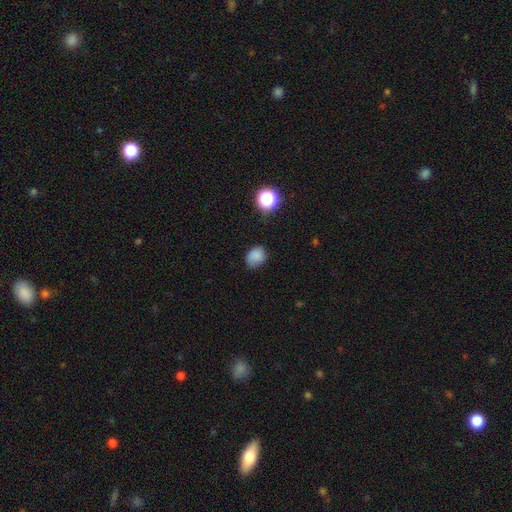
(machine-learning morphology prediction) Smooth or featured: smooth — 80% (star or artifact — 13%)
How rounded: round — 54% (in between — 45%)
Merging: none — 67% (minor disturbance — 25%)